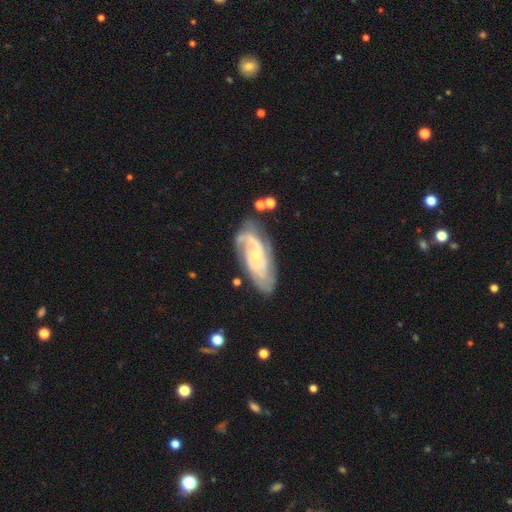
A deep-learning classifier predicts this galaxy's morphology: A featured or disk galaxy (85%) with no bar (64%), 2 (41%) tight (52%) spiral arms (96%) and a small central bulge (76%).

Vote fractions:
- Smooth or featured? featured or disk: 85% / smooth: 10% / star or artifact: 6%
- Edge-on disk? no: 94% / yes: 6%
- Bar? no: 64% / weak: 29% / strong: 7%
- Spiral arms? yes: 96% / no: 4%
- Spiral winding? tight: 52% / medium: 37% / loose: 11%
- Spiral arm count? 2: 41% / can't tell: 25% / 3: 19% / 4: 6% / 1: 5% / more than 4: 4%
- Bulge size? small: 76% / moderate: 19% / none: 3% / large: 1% / dominant: 1%
- Merging? none: 70% / minor disturbance: 20% / major disturbance: 7% / merger: 3%